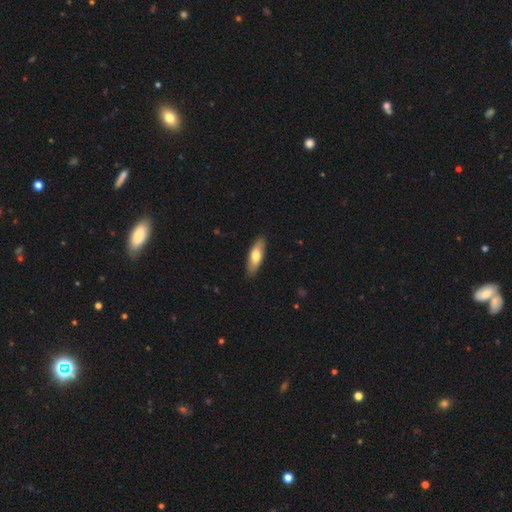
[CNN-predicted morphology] smooth 68%, featured or disk 27%, star or artifact 5%. Down the decision tree: how rounded — in between (55%); merging — none (88%).